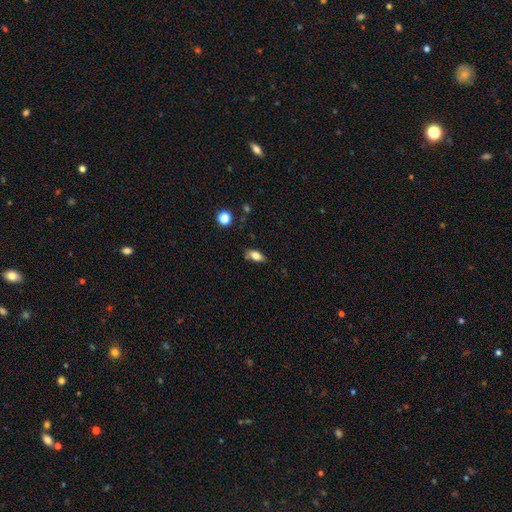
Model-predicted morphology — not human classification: smooth 77%, featured or disk 14%, star or artifact 9%. Down the decision tree: how rounded — in between (84%); merging — none (74%).